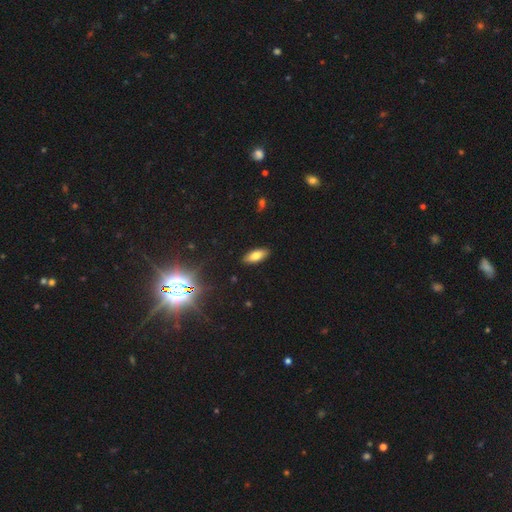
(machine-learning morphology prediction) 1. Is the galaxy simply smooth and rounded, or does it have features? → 75% smooth, 14% featured or disk, 11% star or artifact.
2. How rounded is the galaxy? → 79% in between, 18% cigar-shaped, 3% round.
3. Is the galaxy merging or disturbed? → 89% none, 8% minor disturbance, 2% major disturbance, 1% merger.